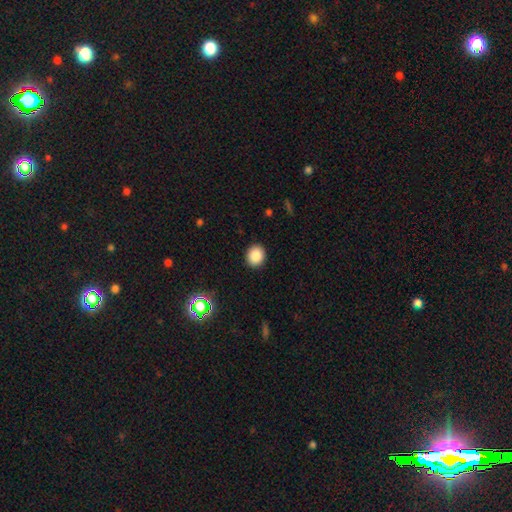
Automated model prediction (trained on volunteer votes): smooth 86%, star or artifact 10%, featured or disk 4%. Down the decision tree: how rounded — round (74%); merging — none (91%).